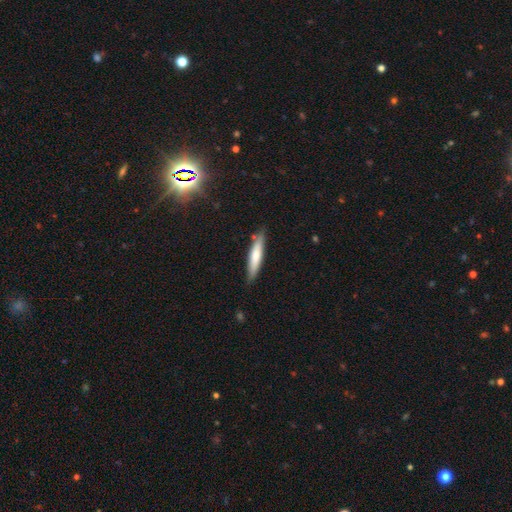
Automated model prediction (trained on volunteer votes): This appears to be a smooth galaxy with no disk features (66%) that is cigar-shaped (86%). Merging: none (82%).